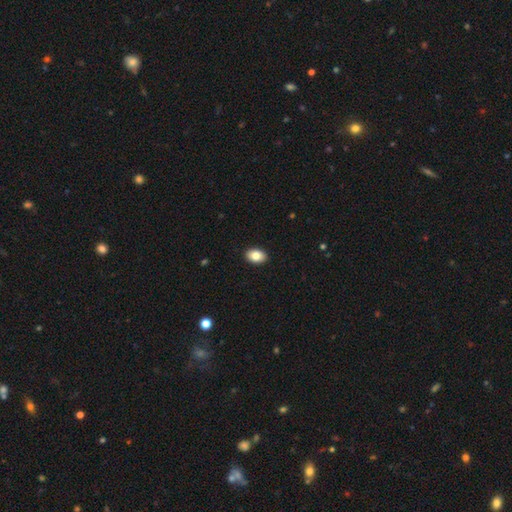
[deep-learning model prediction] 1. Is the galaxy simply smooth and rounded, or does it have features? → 85% smooth, 8% star or artifact, 8% featured or disk.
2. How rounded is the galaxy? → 85% in between, 14% round, 1% cigar-shaped.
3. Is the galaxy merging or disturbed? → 91% none, 6% minor disturbance, 2% major disturbance, 1% merger.